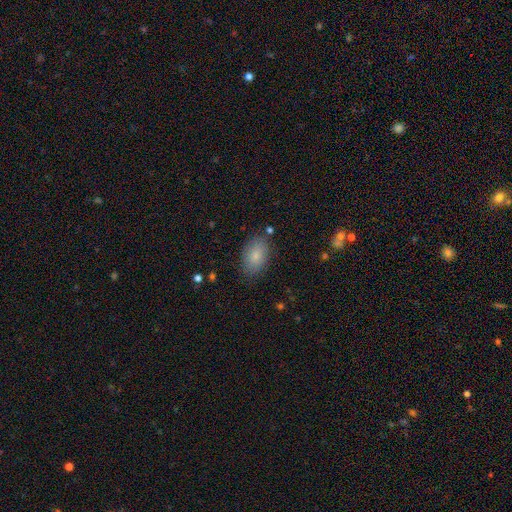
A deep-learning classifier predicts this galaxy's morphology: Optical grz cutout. It shows a smooth galaxy with no disk features (84%) that is in between round and cigar-shaped (91%). Merging: none (82%).